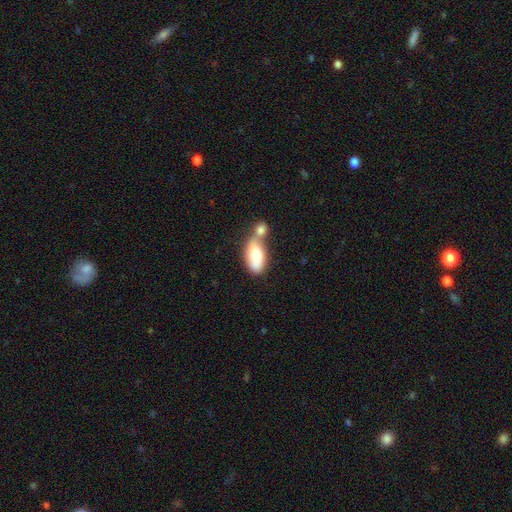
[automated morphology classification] A smooth galaxy with no disk features (79%) that is in between round and cigar-shaped (89%). Merging: merger (57%).